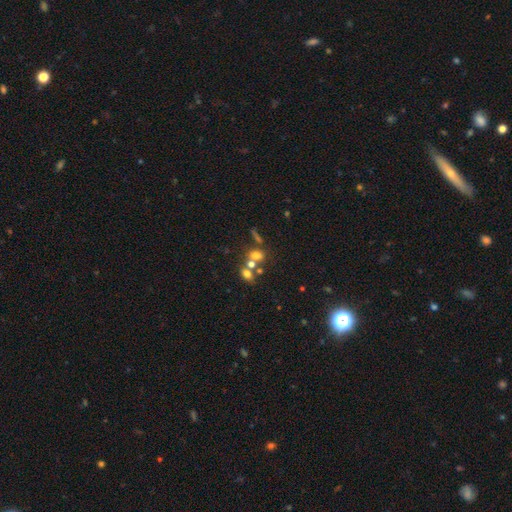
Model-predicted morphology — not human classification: smooth-or-featured: smooth: 61% | featured or disk: 20% | star or artifact: 19%
  how-rounded: in between: 56% | round: 42% | cigar-shaped: 3%
  merging: merger: 47% | none: 36% | minor disturbance: 10% | major disturbance: 7%